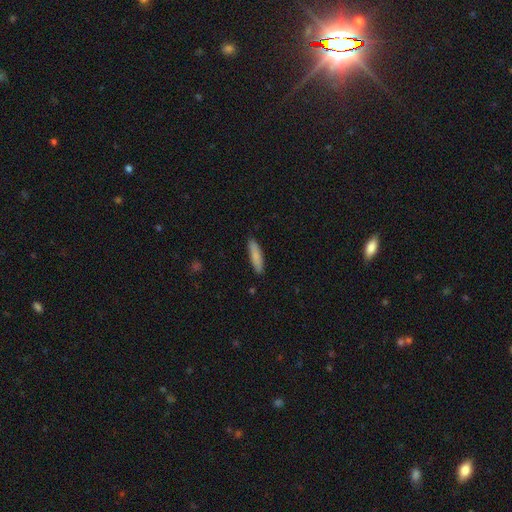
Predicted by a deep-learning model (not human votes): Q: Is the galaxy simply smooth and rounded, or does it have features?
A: smooth — 83%.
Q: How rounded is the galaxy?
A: cigar-shaped — 79%.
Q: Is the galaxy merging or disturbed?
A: none — 89%.